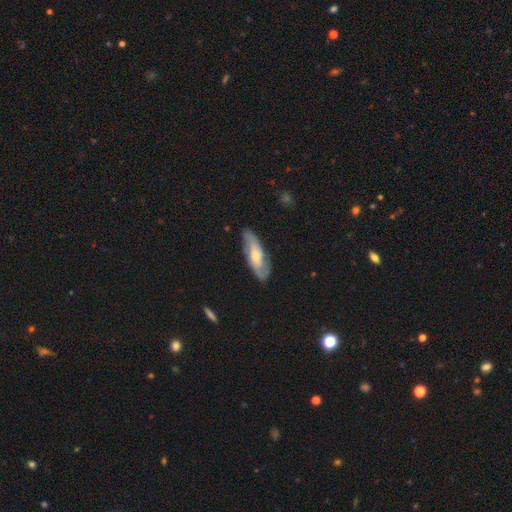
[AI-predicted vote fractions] This appears to be a featured or disk galaxy (62%). Merging: none (80%).